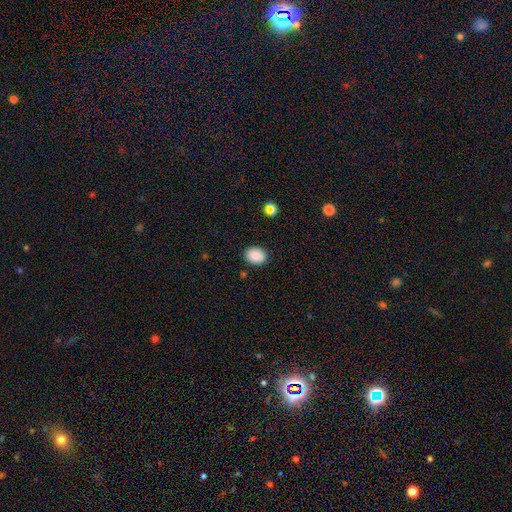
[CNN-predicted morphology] type=smooth (88%); roundness=in between (59%); merging=none (88%).